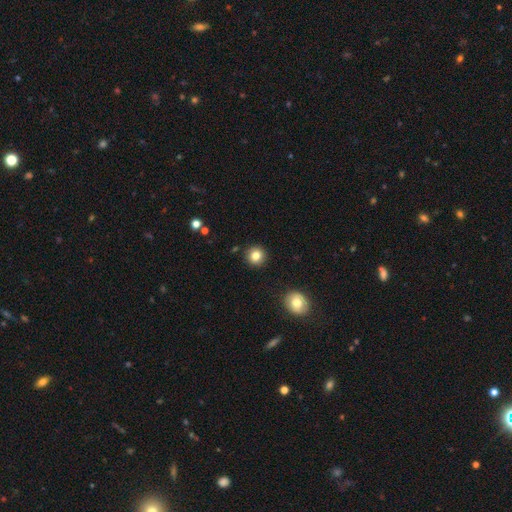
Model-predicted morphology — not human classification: This appears to be a smooth galaxy with no disk features (83%) that is round (94%). Merging: none (91%).